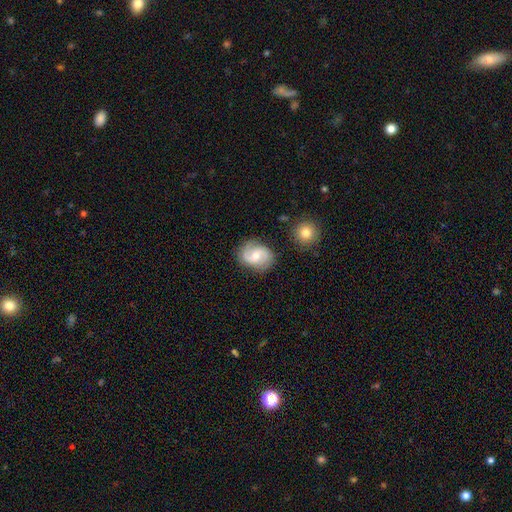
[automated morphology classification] Overall: featured or disk (69%). Edge-on disk: no (98%). Bar: no (47%; weak 45%). Spiral arms: yes (92%). Spiral arm count: 2 (87%). Spiral winding: medium (47%; loose 34%). Bulge size: moderate (62%; small 32%). Merging: none (78%).